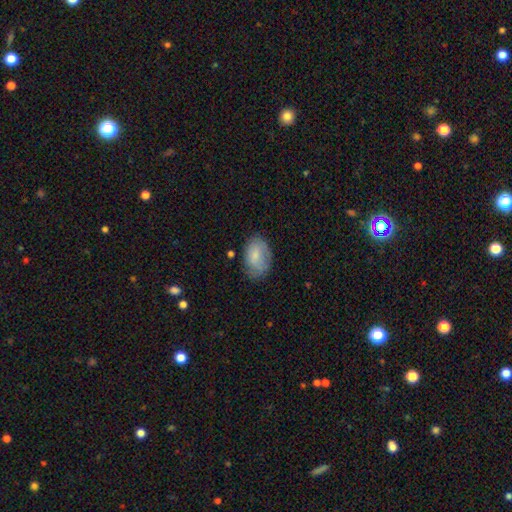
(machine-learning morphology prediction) A smooth galaxy with no disk features (76%) that is in between round and cigar-shaped (86%).

Vote fractions:
- Smooth or featured? smooth: 76% / featured or disk: 18% / star or artifact: 7%
- How rounded? in between: 86% / round: 12% / cigar-shaped: 1%
- Merging? none: 64% / minor disturbance: 26% / major disturbance: 7% / merger: 2%